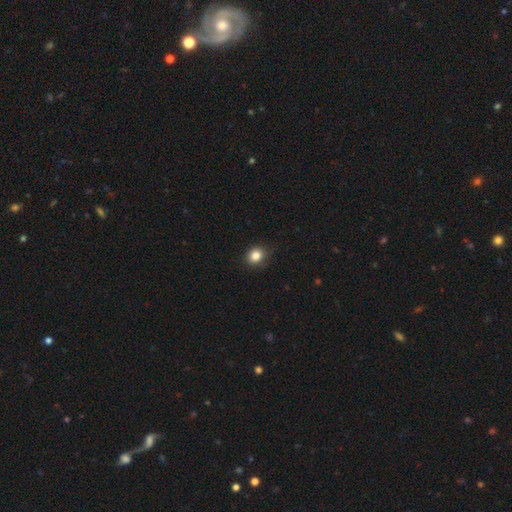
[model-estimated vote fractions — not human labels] A smooth galaxy with no disk features (84%) that is round (73%). Merging: none (84%).